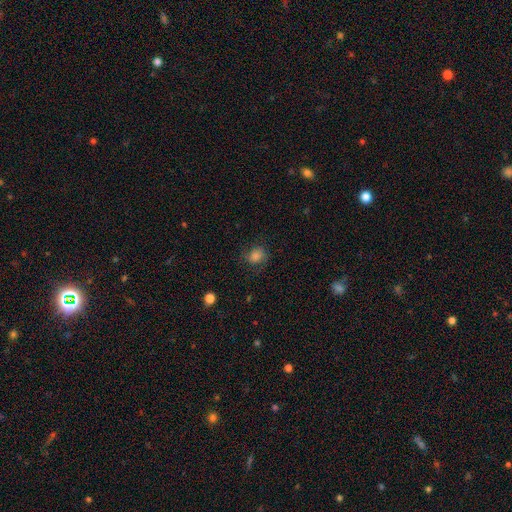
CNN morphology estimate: A smooth galaxy with no disk features (66%) that is round (60%). Merging: none (69%).